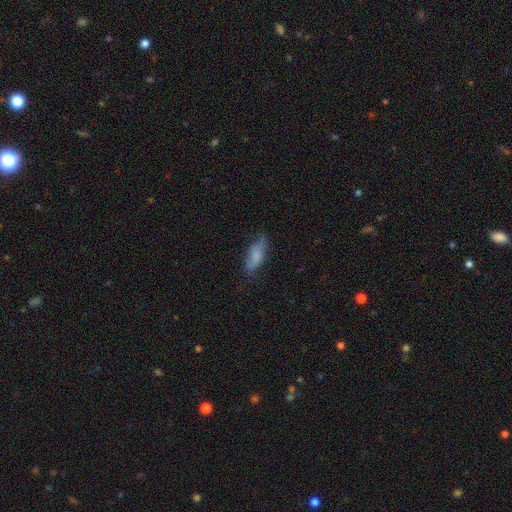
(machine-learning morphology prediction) Smooth or featured? Predicted: smooth (p=0.70). How rounded? Predicted: in between (p=0.64). Merging? Predicted: none (p=0.58).